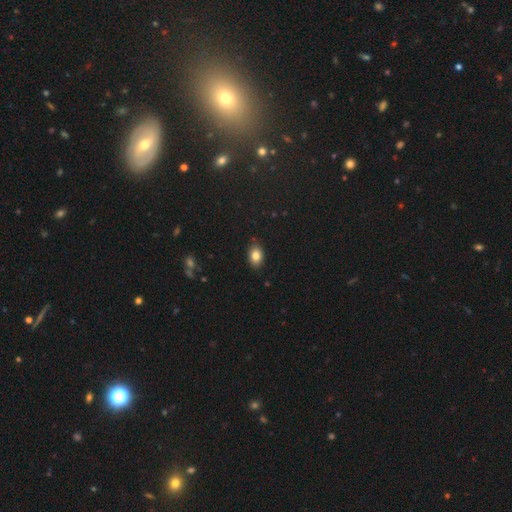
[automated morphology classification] A smooth galaxy with no disk features (83%) that is in between round and cigar-shaped (79%).

Vote fractions:
- Smooth or featured? smooth: 83% / star or artifact: 9% / featured or disk: 8%
- How rounded? in between: 79% / round: 20% / cigar-shaped: 1%
- Merging? none: 86% / minor disturbance: 10% / major disturbance: 2% / merger: 1%